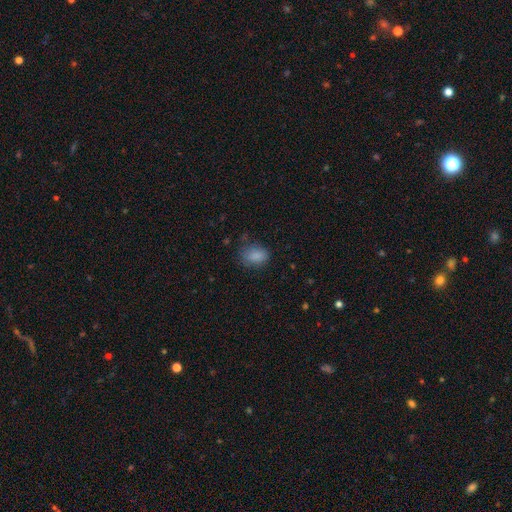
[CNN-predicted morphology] A smooth galaxy with no disk features (85%) that is in between round and cigar-shaped (72%).

Vote fractions:
- Smooth or featured? smooth: 85% / star or artifact: 10% / featured or disk: 5%
- How rounded? in between: 72% / round: 27% / cigar-shaped: 1%
- Merging? none: 70% / minor disturbance: 22% / major disturbance: 7% / merger: 2%